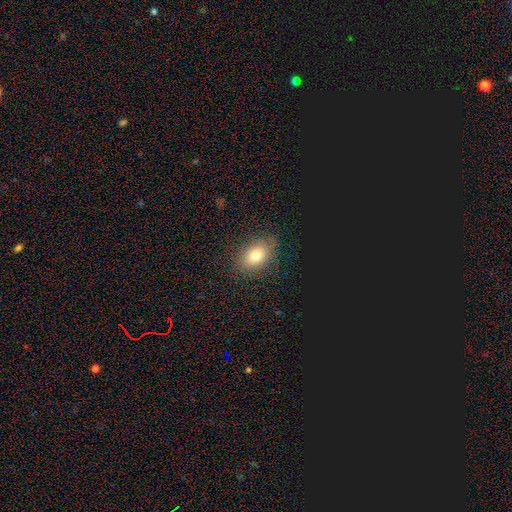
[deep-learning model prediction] smooth-or-featured: smooth: 76% | star or artifact: 12% | featured or disk: 11%
  how-rounded: in between: 78% | round: 20% | cigar-shaped: 2%
  merging: none: 85% | minor disturbance: 11% | major disturbance: 3% | merger: 1%